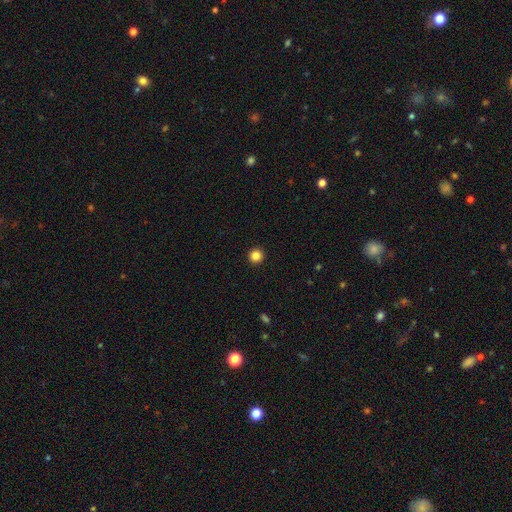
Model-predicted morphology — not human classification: Smooth or featured? Predicted: smooth (p=0.84). How rounded? Predicted: round (p=0.96). Merging? Predicted: none (p=0.94).